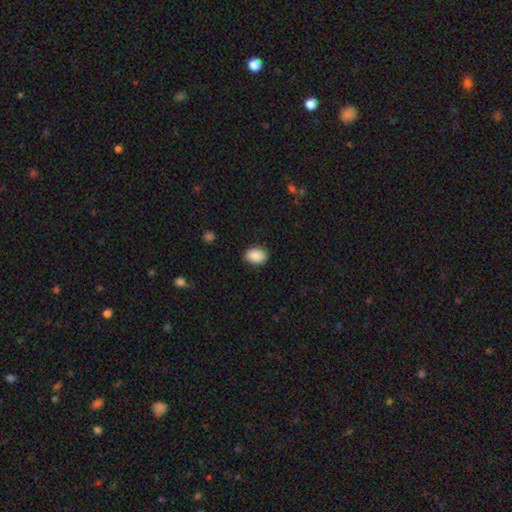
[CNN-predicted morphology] Smooth or featured?
  - smooth: 89% *
  - star or artifact: 7%
  - featured or disk: 4%
How rounded?
  - in between: 80% *
  - round: 19%
  - cigar-shaped: 1%
Merging?
  - none: 88% *
  - minor disturbance: 9%
  - major disturbance: 2%
  - merger: 1%